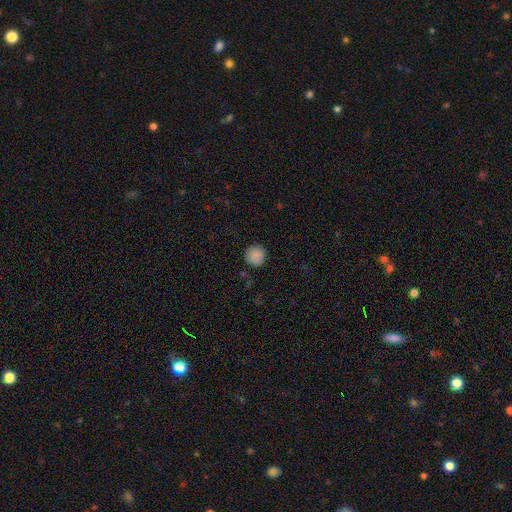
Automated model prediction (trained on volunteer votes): Q: Smooth or featured?
A: smooth (88%); runner-up: star or artifact (9%)
Q: How rounded?
A: round (95%); runner-up: in between (4%)
Q: Merging?
A: none (89%); runner-up: minor disturbance (8%)